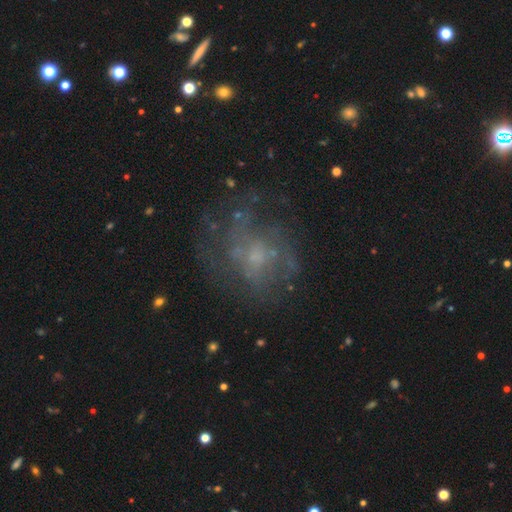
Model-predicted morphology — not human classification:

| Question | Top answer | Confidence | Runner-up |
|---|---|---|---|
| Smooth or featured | featured or disk | 61% | smooth (23%) |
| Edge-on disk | no | 97% | yes (3%) |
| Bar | no | 79% | weak (19%) |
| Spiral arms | no | 51% | yes (49%) |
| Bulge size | small | 51% | moderate (24%) |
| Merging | none | 58% | major disturbance (21%) |